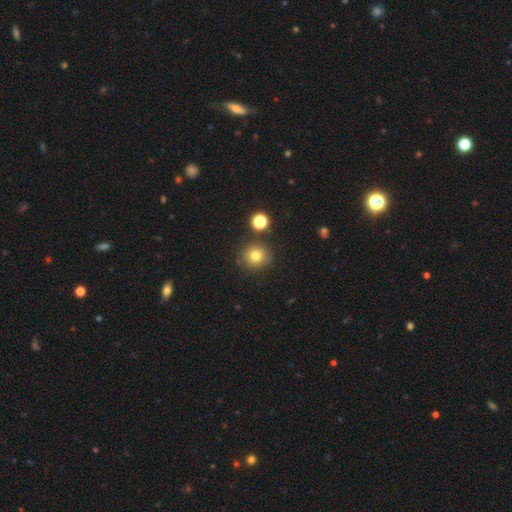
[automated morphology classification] smooth 77%, star or artifact 15%, featured or disk 9%. Down the decision tree: how rounded — round (91%); merging — none (83%).